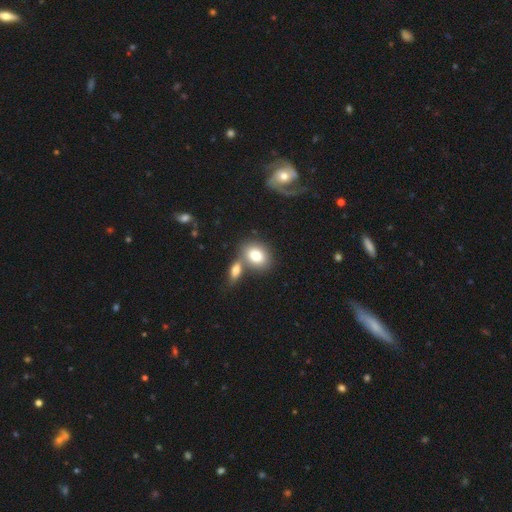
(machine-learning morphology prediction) smooth-or-featured: smooth: 78% | featured or disk: 14% | star or artifact: 8%
  how-rounded: in between: 68% | round: 30% | cigar-shaped: 2%
  merging: none: 48% | merger: 38% | minor disturbance: 10% | major disturbance: 4%